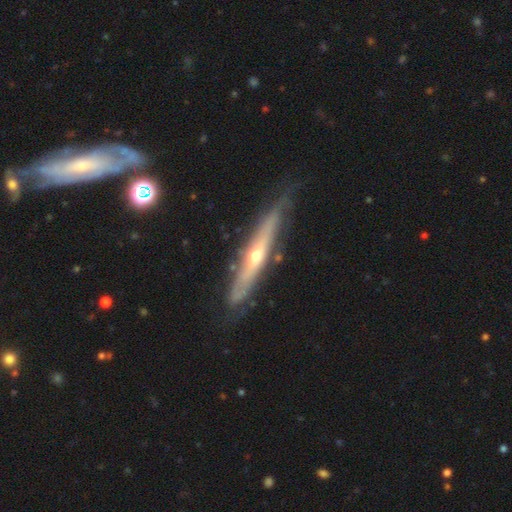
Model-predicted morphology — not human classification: Smooth or featured?
  - featured or disk: 72% *
  - smooth: 22%
  - star or artifact: 5%
Edge-on disk?
  - yes: 81% *
  - no: 19%
Edge-on bulge?
  - rounded: 78% *
  - none: 19%
  - boxy: 2%
Merging?
  - none: 74% *
  - minor disturbance: 19%
  - major disturbance: 5%
  - merger: 3%